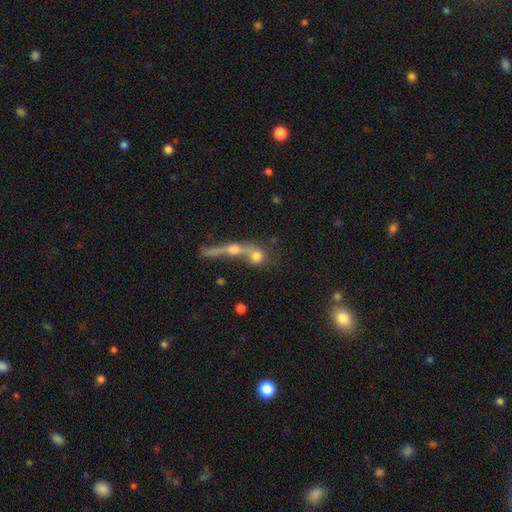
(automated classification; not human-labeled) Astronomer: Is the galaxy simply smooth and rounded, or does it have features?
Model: smooth — 60%.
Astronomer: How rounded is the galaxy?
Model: round — 65%.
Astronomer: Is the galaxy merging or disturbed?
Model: merger — 58%.